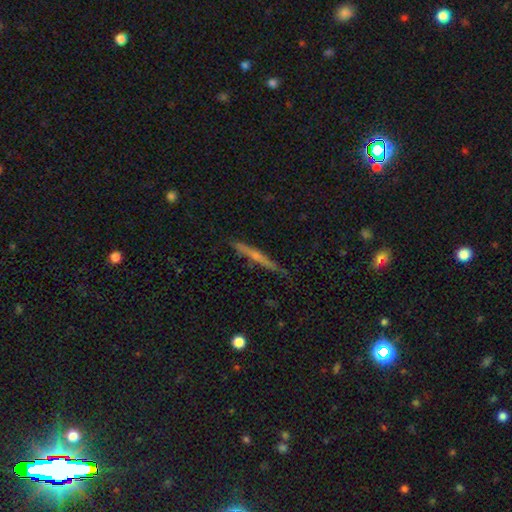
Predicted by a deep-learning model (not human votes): Overall: featured or disk (54%; smooth 38%). Edge-on disk: yes (96%). Edge-on bulge: none (50%; rounded 44%). Merging: none (84%).